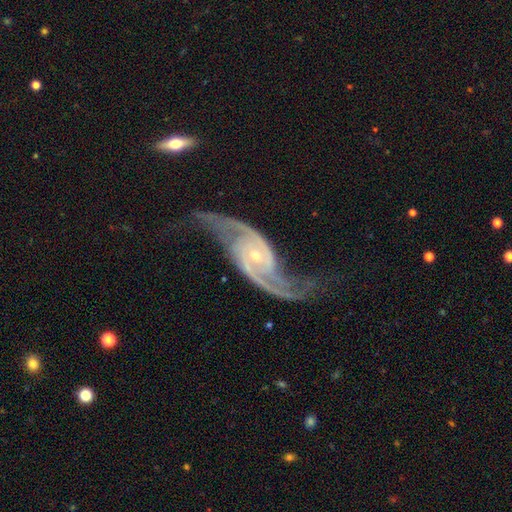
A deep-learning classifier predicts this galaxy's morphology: A featured or disk galaxy (93%) with no bar (58%), 2 (91%) loose (49%) spiral arms (98%) and a small central bulge (67%). Merging: none (64%).